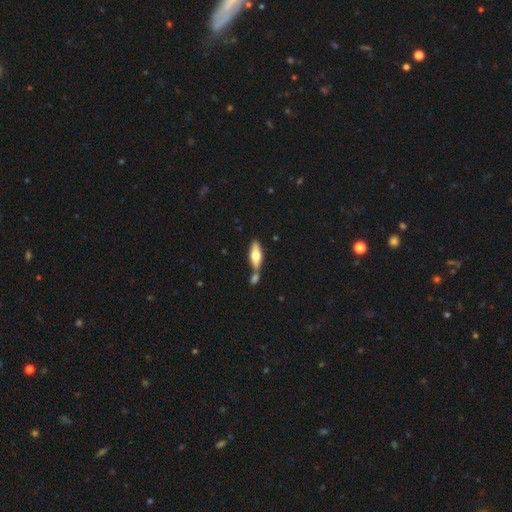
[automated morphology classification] Smooth or featured: smooth — 55% (featured or disk — 39%)
How rounded: in between — 58% (cigar-shaped — 39%)
Merging: none — 54% (merger — 31%)